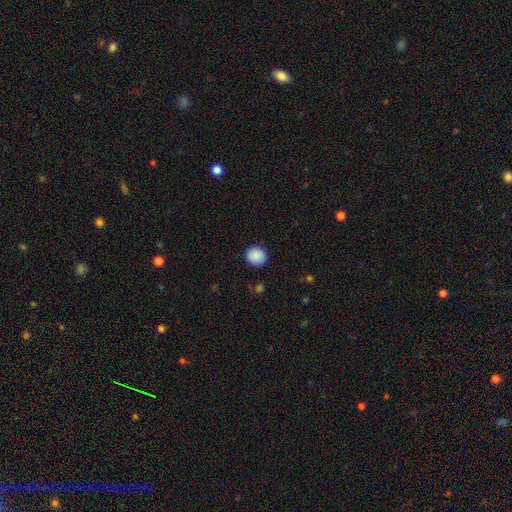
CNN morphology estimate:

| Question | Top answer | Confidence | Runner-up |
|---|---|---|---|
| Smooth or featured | smooth | 88% | star or artifact (8%) |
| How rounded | round | 88% | in between (11%) |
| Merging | none | 90% | minor disturbance (7%) |